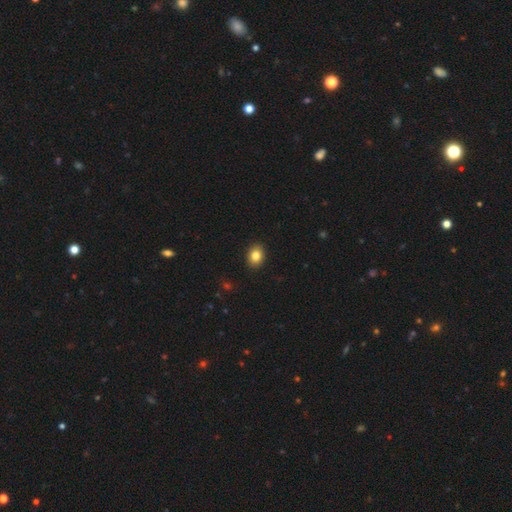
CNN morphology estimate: smooth_or_featured: smooth (p=0.84) [alt: star or artifact p=0.10]
how_rounded: in between (p=0.54) [alt: round p=0.45]
merging: none (p=0.91) [alt: minor disturbance p=0.06]